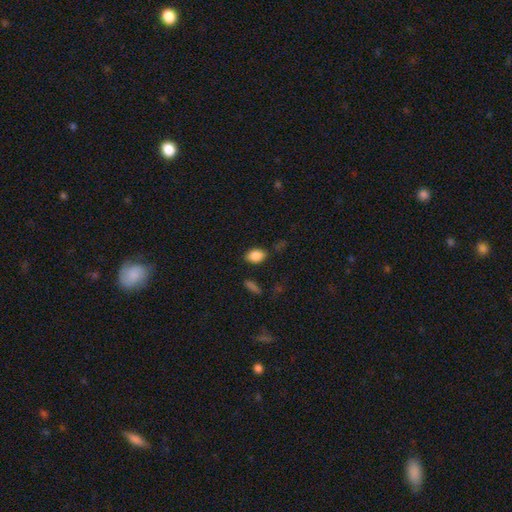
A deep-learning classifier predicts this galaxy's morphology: smooth_or_featured: smooth (p=0.87) [alt: star or artifact p=0.08]
how_rounded: in between (p=0.86) [alt: round p=0.13]
merging: none (p=0.81) [alt: minor disturbance p=0.13]